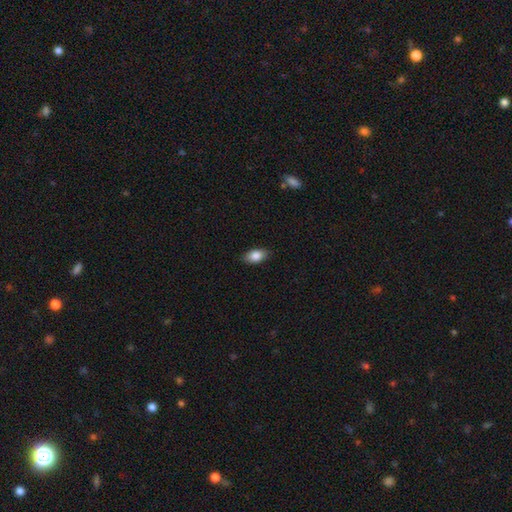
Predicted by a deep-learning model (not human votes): smooth 85%, featured or disk 8%, star or artifact 7%. Down the decision tree: how rounded — in between (90%); merging — none (86%).